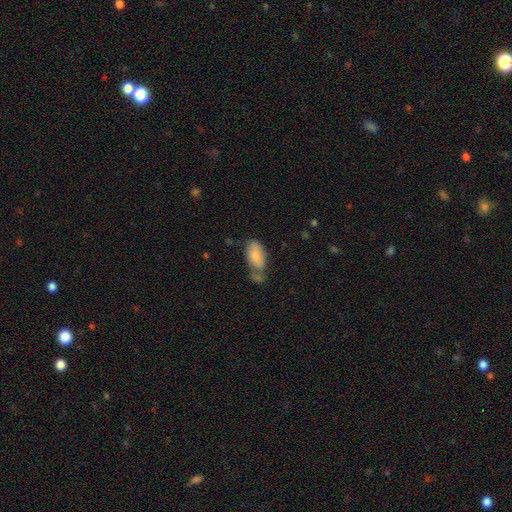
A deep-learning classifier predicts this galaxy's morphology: Smooth or featured? Predicted: smooth (p=0.81). How rounded? Predicted: in between (p=0.93). Merging? Predicted: none (p=0.40).